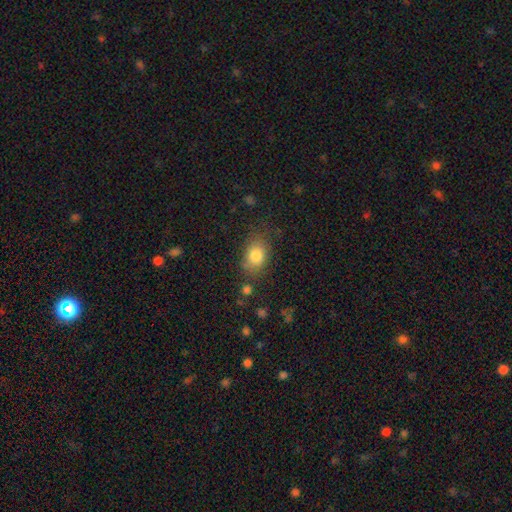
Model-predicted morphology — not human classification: smooth-or-featured: smooth: 82% | featured or disk: 9% | star or artifact: 9%
  how-rounded: in between: 70% | round: 28% | cigar-shaped: 1%
  merging: none: 73% | minor disturbance: 18% | major disturbance: 6% | merger: 3%